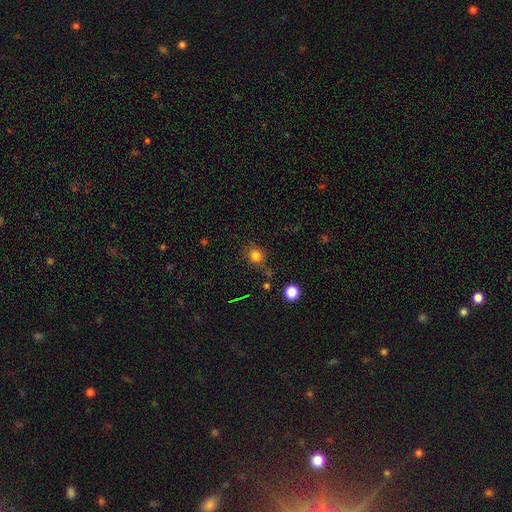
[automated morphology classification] A smooth galaxy with no disk features (79%) that is round (84%).

Vote fractions:
- Smooth or featured? smooth: 79% / star or artifact: 15% / featured or disk: 6%
- How rounded? round: 84% / in between: 15% / cigar-shaped: 1%
- Merging? none: 80% / minor disturbance: 12% / merger: 4% / major disturbance: 4%